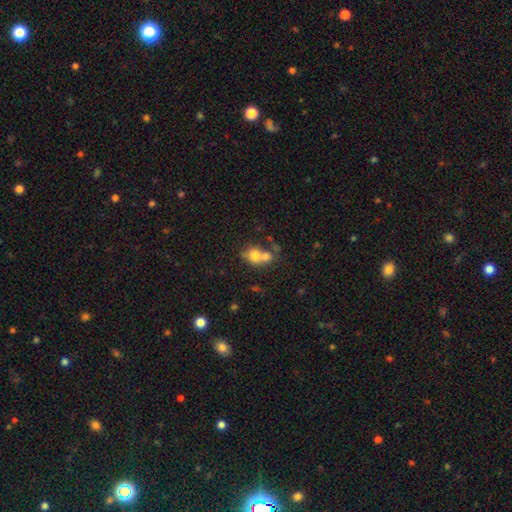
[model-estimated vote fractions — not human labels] The model was most divided on "how rounded": round: 60%, in between: 39%, cigar-shaped: 1%. More confident: smooth or featured — smooth (72%); merging — merger (58%).